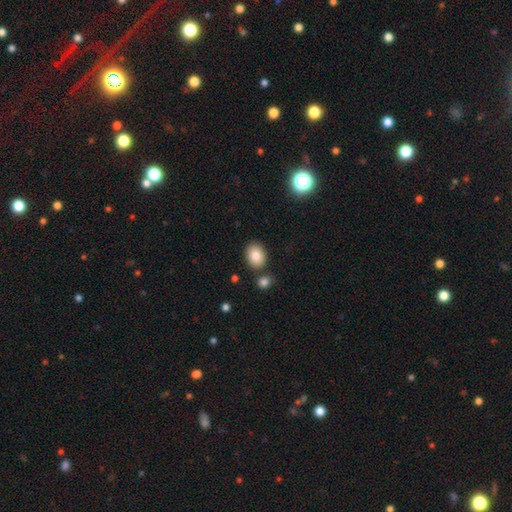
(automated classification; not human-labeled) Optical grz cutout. It shows a smooth galaxy with no disk features (85%) that is in between round and cigar-shaped (67%). Merging: none (79%).